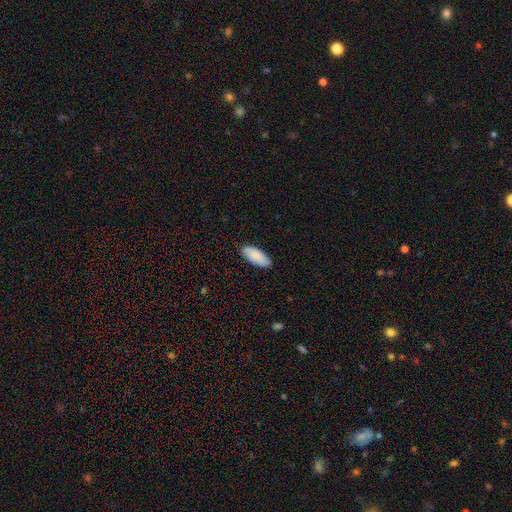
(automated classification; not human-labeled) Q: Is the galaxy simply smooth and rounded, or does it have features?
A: smooth — 87%.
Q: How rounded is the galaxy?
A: in between — 84%.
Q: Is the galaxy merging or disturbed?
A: none — 88%.